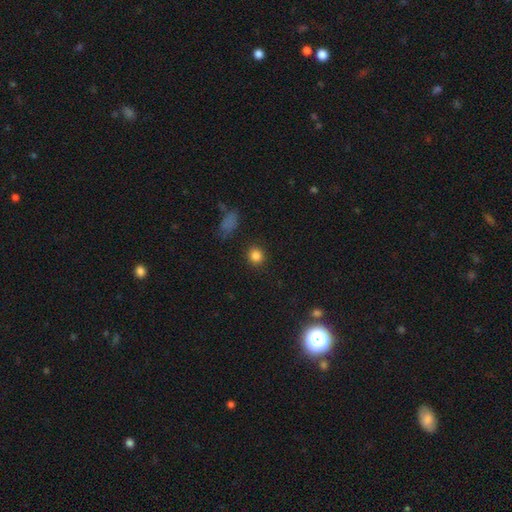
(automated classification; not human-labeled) Smooth or featured?
  - smooth: 84% *
  - star or artifact: 12%
  - featured or disk: 4%
How rounded?
  - round: 88% *
  - in between: 11%
  - cigar-shaped: 1%
Merging?
  - none: 89% *
  - minor disturbance: 7%
  - major disturbance: 2%
  - merger: 2%